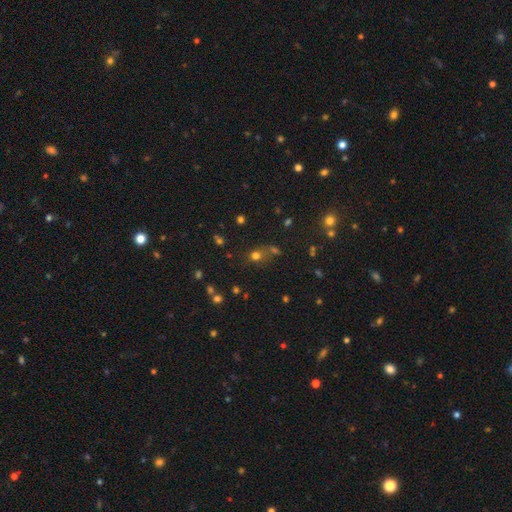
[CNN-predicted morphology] A smooth galaxy with no disk features (63%) that is round (71%).

Vote fractions:
- Smooth or featured? smooth: 63% / star or artifact: 29% / featured or disk: 8%
- How rounded? round: 71% / in between: 27% / cigar-shaped: 2%
- Merging? none: 57% / merger: 21% / minor disturbance: 14% / major disturbance: 7%